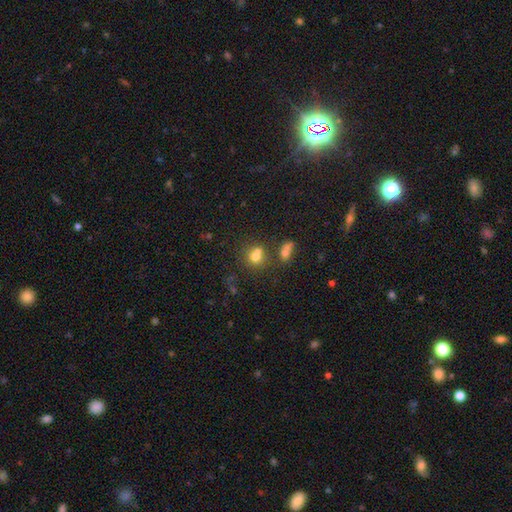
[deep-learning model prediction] Overall: smooth (69%). How rounded: round (61%; in between 37%). Merging: none (41%, tied with merger).